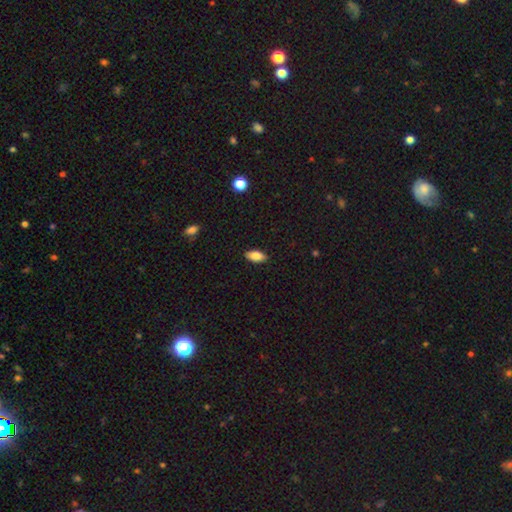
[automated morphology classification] Q: Smooth or featured?
A: smooth (83%); runner-up: featured or disk (9%)
Q: How rounded?
A: in between (89%); runner-up: cigar-shaped (8%)
Q: Merging?
A: none (89%); runner-up: minor disturbance (9%)